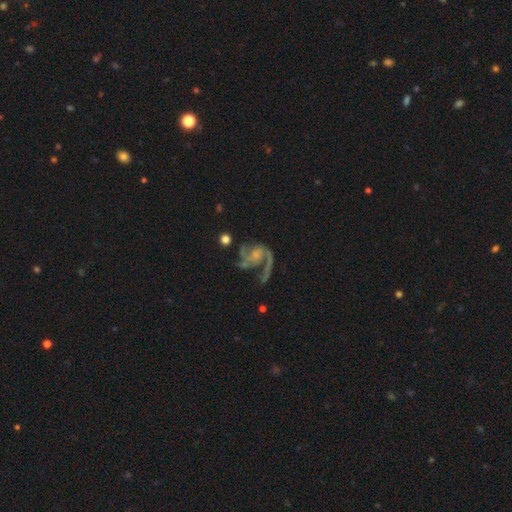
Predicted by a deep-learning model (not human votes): smooth-or-featured: featured or disk: 83% | smooth: 10% | star or artifact: 8%
  disk-edge-on: no: 98% | yes: 2%
    bar: no: 65% | weak: 28% | strong: 7%
    has-spiral-arms: yes: 93% | no: 7%
      spiral-winding: medium: 45% | loose: 41% | tight: 14%
      spiral-arm-count: 2: 46% | 3: 21% | 1: 12% | can't tell: 11% | 4: 5% | more than 4: 5%
    bulge-size: small: 38% | none: 29% | moderate: 25% | large: 6% | dominant: 2%
  merging: none: 42% | major disturbance: 34% | minor disturbance: 17% | merger: 7%